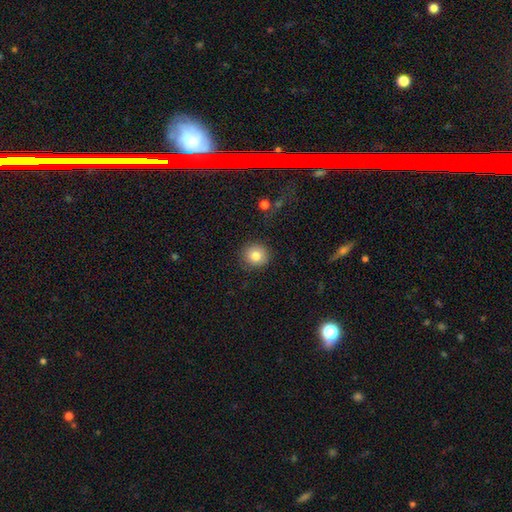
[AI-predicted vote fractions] Q: Smooth or featured?
A: smooth (82%); runner-up: star or artifact (10%)
Q: How rounded?
A: round (91%); runner-up: in between (8%)
Q: Merging?
A: none (89%); runner-up: minor disturbance (7%)